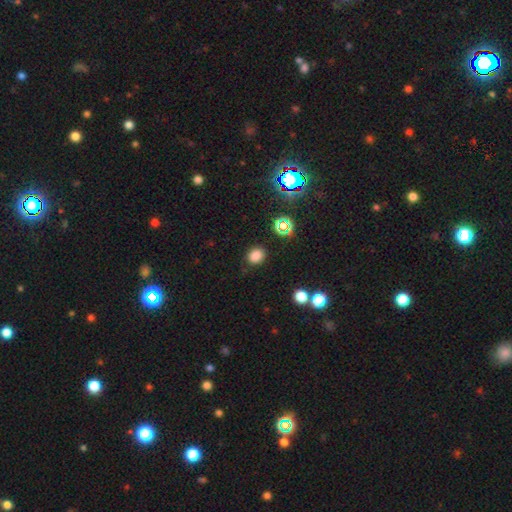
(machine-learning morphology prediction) smooth 80%, star or artifact 16%, featured or disk 4%. Down the decision tree: how rounded — round (55%); merging — none (85%).